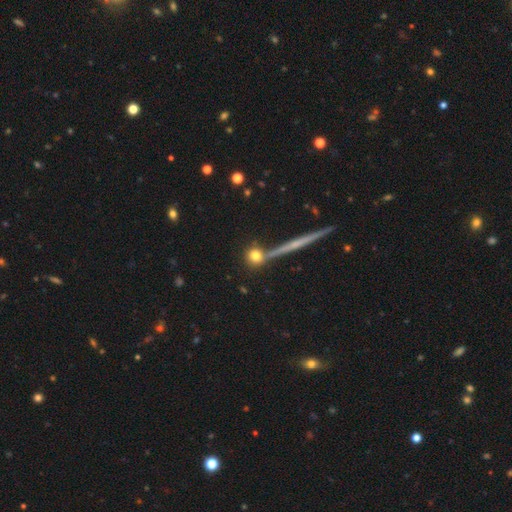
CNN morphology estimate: This appears to be a smooth galaxy with no disk features (74%) that is round (87%). Merging: none (75%).